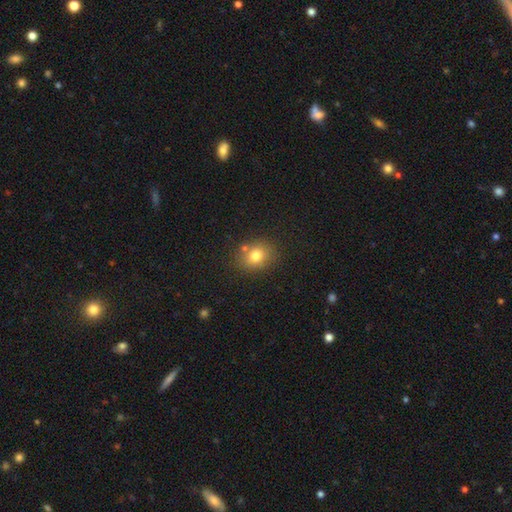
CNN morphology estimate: A smooth galaxy with no disk features (76%) that is round (61%).

Vote fractions:
- Smooth or featured? smooth: 76% / star or artifact: 13% / featured or disk: 11%
- How rounded? round: 61% / in between: 38% / cigar-shaped: 1%
- Merging? none: 76% / minor disturbance: 13% / merger: 8% / major disturbance: 3%